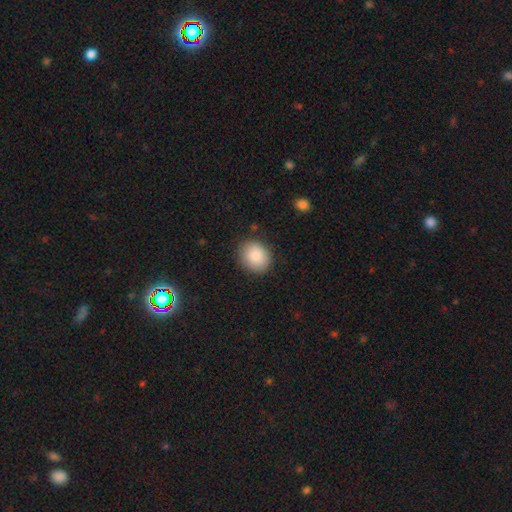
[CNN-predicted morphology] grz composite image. It shows a smooth galaxy with no disk features (88%) that is round (65%). Merging: none (86%).